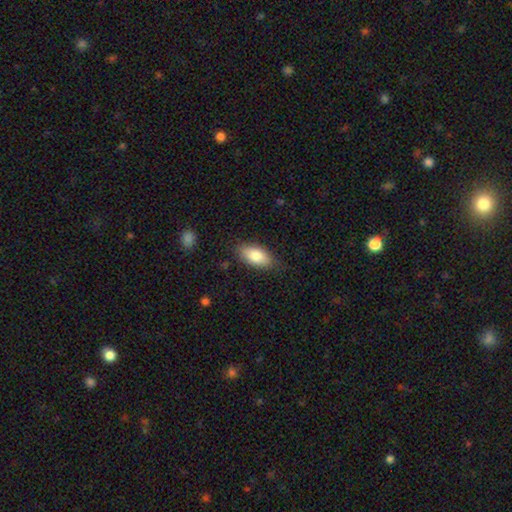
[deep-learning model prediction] Morphology: type=smooth (82%); roundness=in between (89%); merging=none (80%).